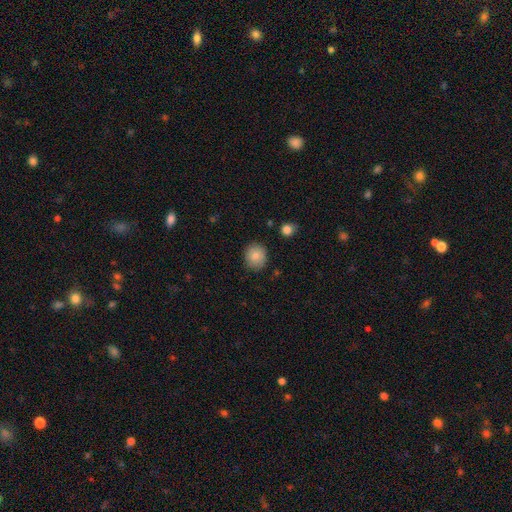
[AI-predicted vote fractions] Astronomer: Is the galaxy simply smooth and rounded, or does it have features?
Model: smooth — 84%.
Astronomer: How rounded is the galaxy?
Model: round — 83%.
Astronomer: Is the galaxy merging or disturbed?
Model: none — 84%.